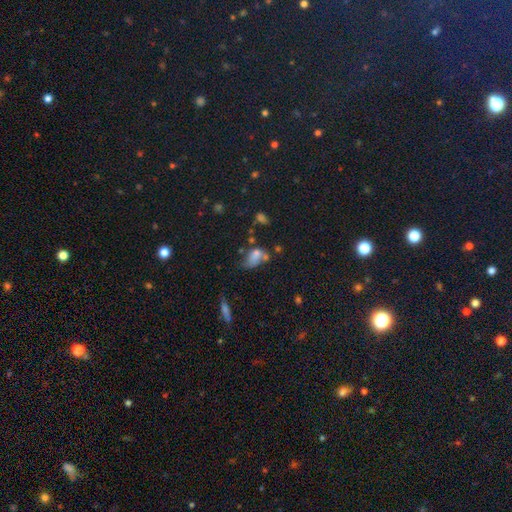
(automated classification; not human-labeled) Smooth or featured: smooth — 66% (featured or disk — 19%)
How rounded: in between — 81% (round — 16%)
Merging: merger — 30% (none — 26%)